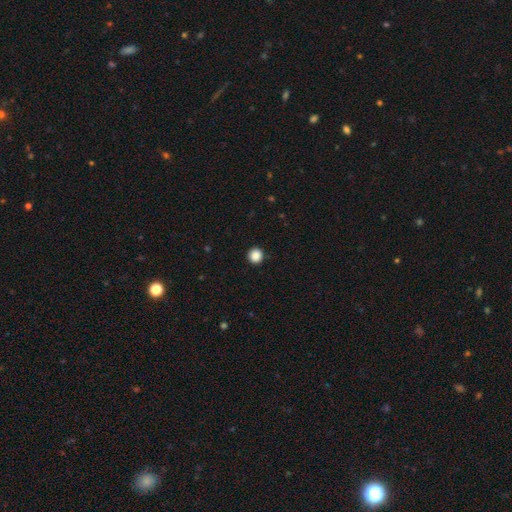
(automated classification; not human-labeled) A smooth galaxy with no disk features (88%) that is round (95%).

Vote fractions:
- Smooth or featured? smooth: 88% / star or artifact: 10% / featured or disk: 3%
- How rounded? round: 95% / in between: 4% / cigar-shaped: 1%
- Merging? none: 93% / minor disturbance: 5% / major disturbance: 2% / merger: 1%